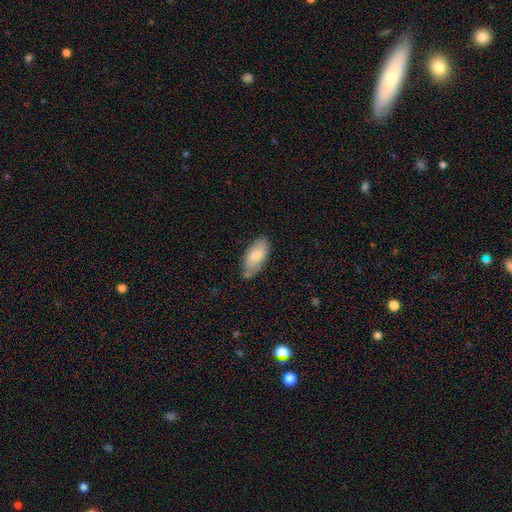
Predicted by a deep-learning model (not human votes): A smooth galaxy with no disk features (76%) that is in between round and cigar-shaped (91%).

Vote fractions:
- Smooth or featured? smooth: 76% / featured or disk: 18% / star or artifact: 6%
- How rounded? in between: 91% / cigar-shaped: 6% / round: 2%
- Merging? none: 69% / minor disturbance: 21% / merger: 6% / major disturbance: 4%